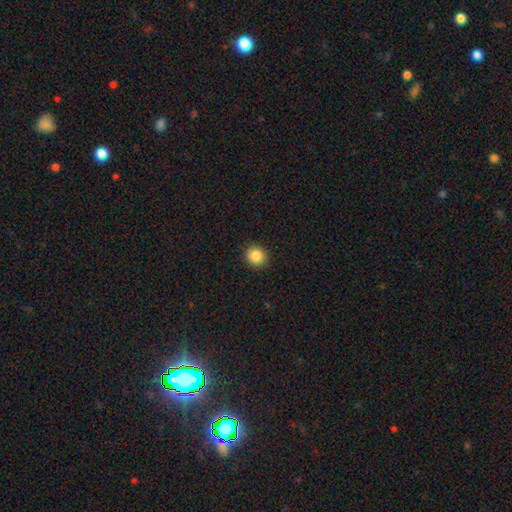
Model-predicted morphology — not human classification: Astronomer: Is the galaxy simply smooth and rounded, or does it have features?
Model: smooth — 86%.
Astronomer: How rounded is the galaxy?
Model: round — 84%.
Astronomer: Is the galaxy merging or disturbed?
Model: none — 90%.